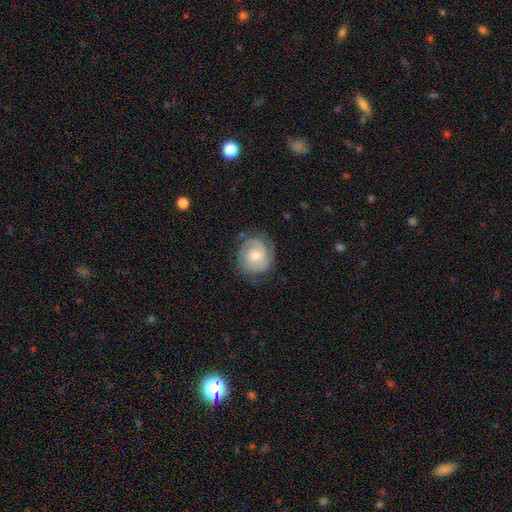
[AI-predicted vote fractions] Smooth or featured? featured or disk (69%)
Edge-on disk? no (97%)
Bar? no (78%)
Spiral arms? yes (87%)
Spiral winding? tight (69%)
Spiral arm count? 2 (44%)
Bulge size? moderate (61%)
Merging? none (73%)